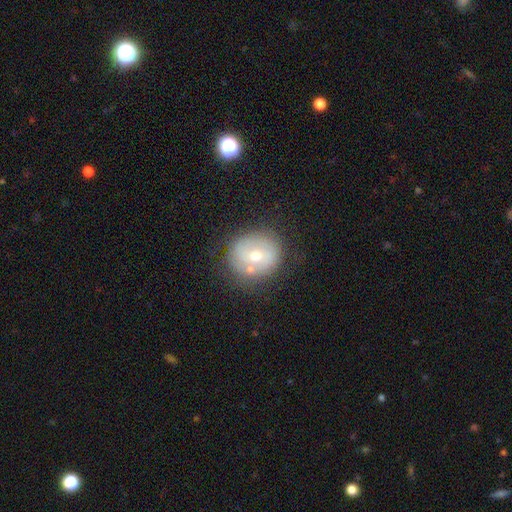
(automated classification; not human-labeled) Smooth or featured? smooth (49%)
Merging? none (67%)